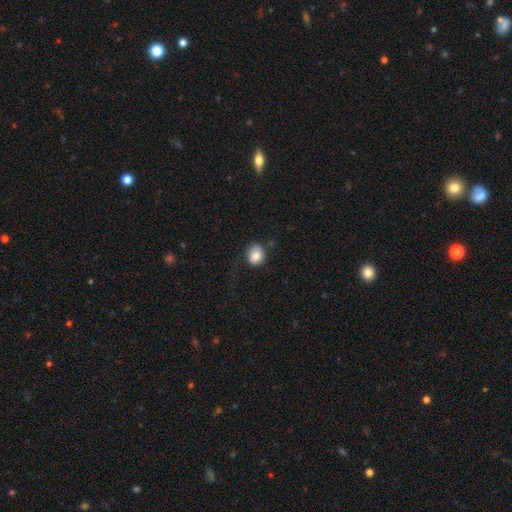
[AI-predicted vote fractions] The model was most divided on "how rounded": round: 62%, in between: 37%, cigar-shaped: 1%. More confident: smooth or featured — smooth (84%); merging — none (59%).